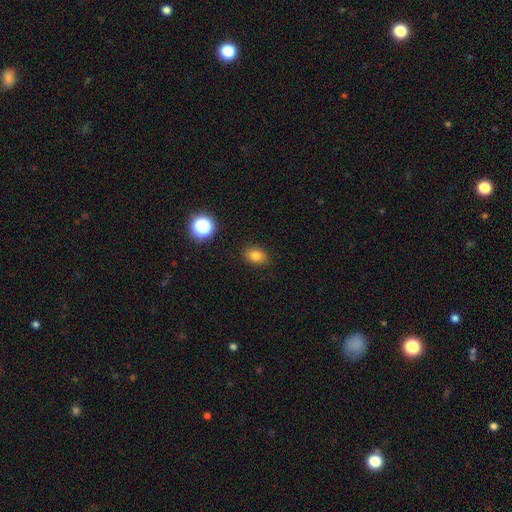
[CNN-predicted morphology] Smooth or featured? smooth (79%)
How rounded? in between (69%)
Merging? none (87%)